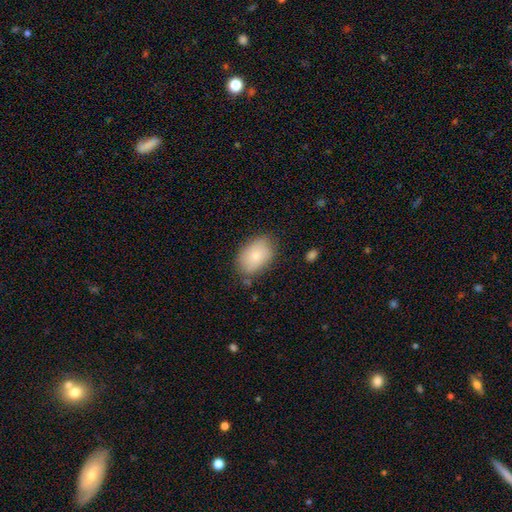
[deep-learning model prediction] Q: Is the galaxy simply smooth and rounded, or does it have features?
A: smooth — 82%.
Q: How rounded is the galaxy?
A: in between — 87%.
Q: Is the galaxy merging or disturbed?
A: none — 73%.